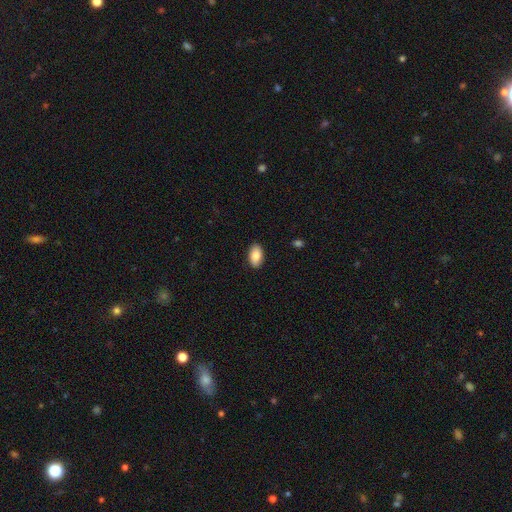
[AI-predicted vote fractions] Morphology: type=smooth (86%); roundness=in between (94%); merging=none (87%).